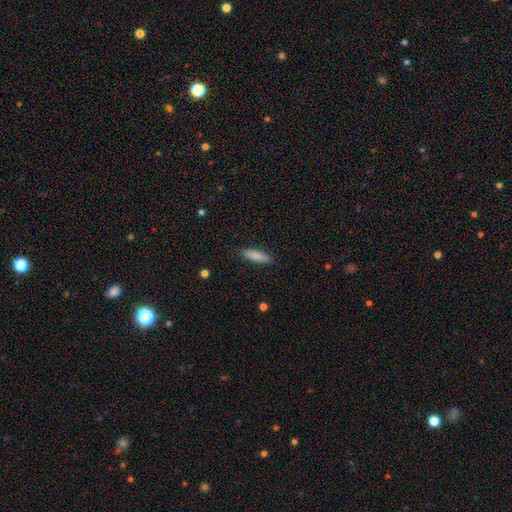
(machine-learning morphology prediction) A smooth galaxy with no disk features (84%) that is cigar-shaped (70%).

Vote fractions:
- Smooth or featured? smooth: 84% / featured or disk: 10% / star or artifact: 6%
- How rounded? cigar-shaped: 70% / in between: 29% / round: 1%
- Merging? none: 89% / minor disturbance: 8% / major disturbance: 2% / merger: 1%